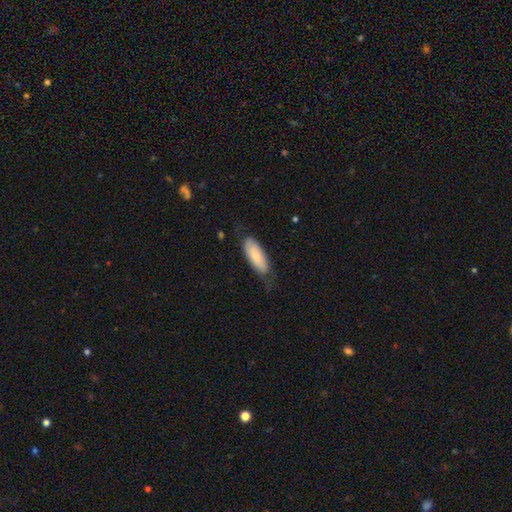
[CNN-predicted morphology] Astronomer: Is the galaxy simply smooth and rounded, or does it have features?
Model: smooth — 78%.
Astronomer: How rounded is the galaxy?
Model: in between — 73%.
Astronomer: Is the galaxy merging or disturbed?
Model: none — 59%.